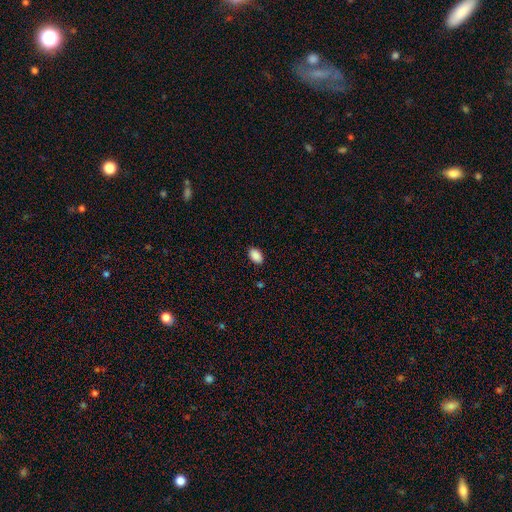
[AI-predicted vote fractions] The model was most divided on "merging": none: 88%, minor disturbance: 9%, major disturbance: 2%, merger: 1%. More confident: how rounded — in between (90%); smooth or featured — smooth (90%).